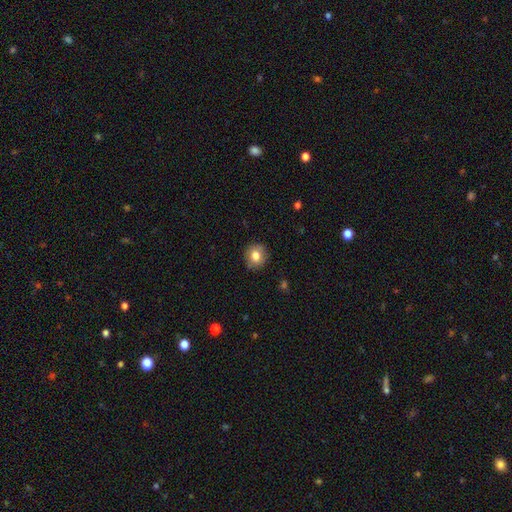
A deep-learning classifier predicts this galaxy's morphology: The model was most divided on "how rounded": round: 84%, in between: 15%, cigar-shaped: 1%. More confident: merging — none (86%); smooth or featured — smooth (80%).